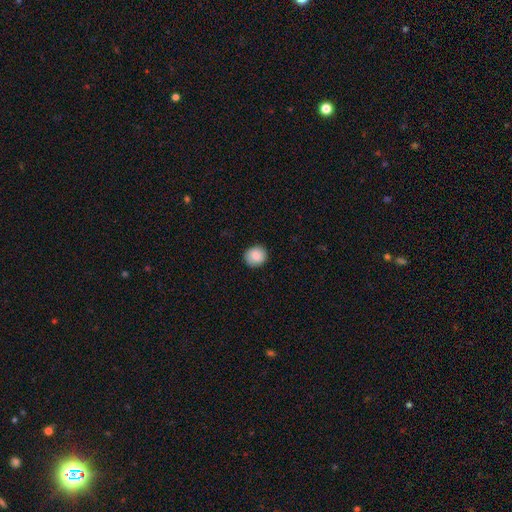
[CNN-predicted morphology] This appears to be a smooth galaxy with no disk features (88%) that is round (87%). Merging: none (90%).